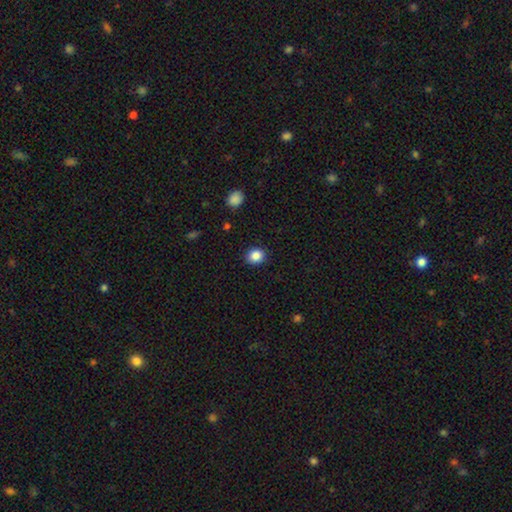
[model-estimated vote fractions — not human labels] smooth_or_featured: smooth (p=0.87) [alt: star or artifact p=0.10]
how_rounded: round (p=0.71) [alt: in between p=0.28]
merging: none (p=0.90) [alt: minor disturbance p=0.07]